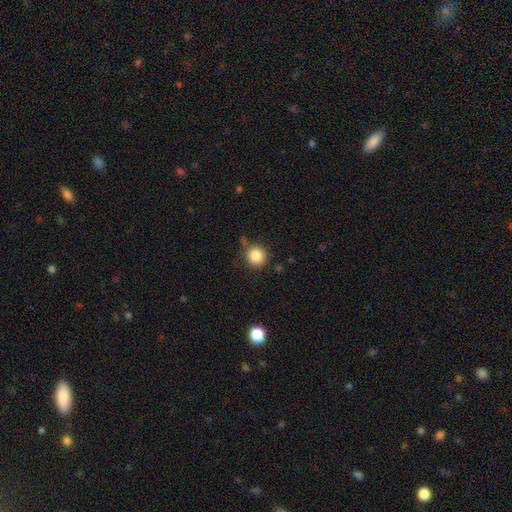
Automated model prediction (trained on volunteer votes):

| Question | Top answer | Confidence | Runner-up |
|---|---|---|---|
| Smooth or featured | smooth | 86% | star or artifact (10%) |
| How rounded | round | 94% | in between (5%) |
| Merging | none | 77% | minor disturbance (14%) |